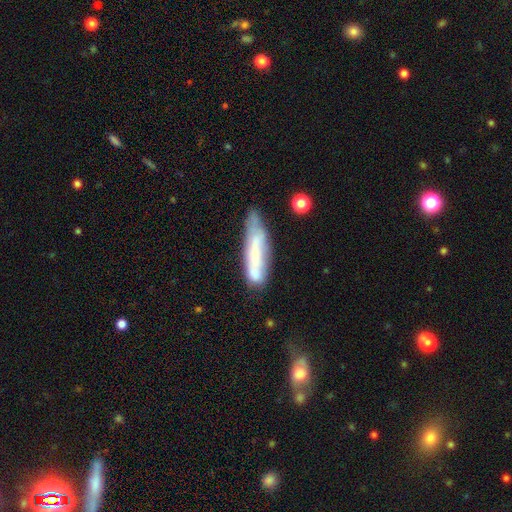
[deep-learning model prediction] smooth_or_featured: smooth (p=0.50) [alt: featured or disk p=0.42]
merging: none (p=0.54) [alt: minor disturbance p=0.27]